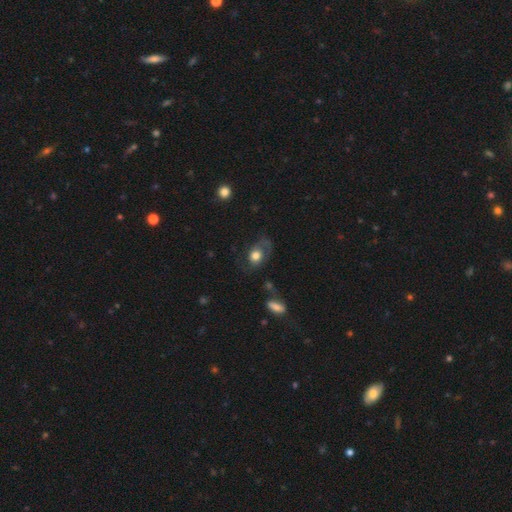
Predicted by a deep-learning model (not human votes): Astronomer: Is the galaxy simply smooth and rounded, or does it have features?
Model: smooth — 55% (runner-up: featured or disk, 37%).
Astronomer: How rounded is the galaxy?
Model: in between — 59% (runner-up: round, 39%).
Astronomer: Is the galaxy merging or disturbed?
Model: none — 48% (runner-up: major disturbance, 25%).